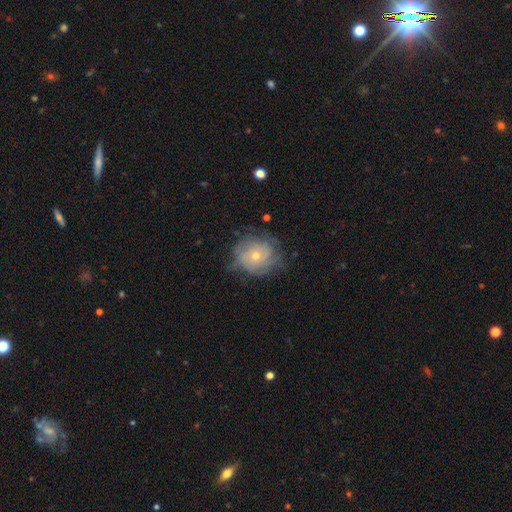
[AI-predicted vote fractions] Smooth or featured?
  - featured or disk: 57% *
  - smooth: 32%
  - star or artifact: 11%
Edge-on disk?
  - no: 97% *
  - yes: 3%
Bar?
  - no: 84% *
  - weak: 13%
  - strong: 2%
Spiral arms?
  - yes: 72% *
  - no: 28%
Bulge size?
  - small: 57% *
  - moderate: 39%
  - large: 2%
  - none: 1%
  - dominant: 1%
Merging?
  - none: 68% *
  - minor disturbance: 21%
  - major disturbance: 10%
  - merger: 1%